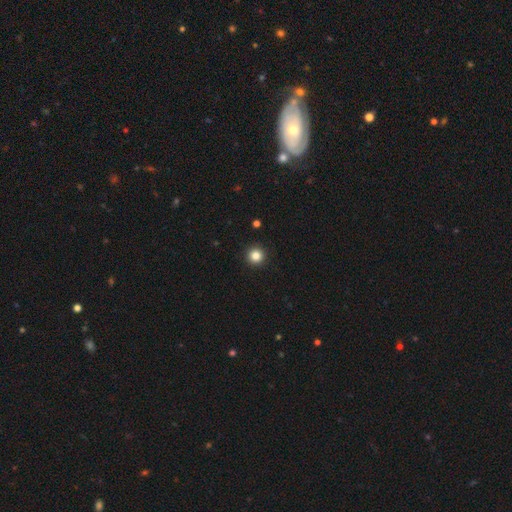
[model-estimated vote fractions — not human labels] Smooth or featured?
  - smooth: 84% *
  - star or artifact: 12%
  - featured or disk: 4%
How rounded?
  - round: 96% *
  - in between: 3%
  - cigar-shaped: 1%
Merging?
  - none: 94% *
  - minor disturbance: 4%
  - major disturbance: 1%
  - merger: 1%